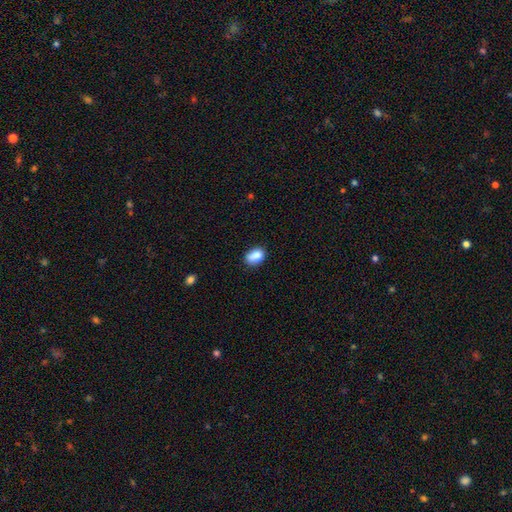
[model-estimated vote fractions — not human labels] smooth-or-featured: smooth: 86% | star or artifact: 8% | featured or disk: 6%
  how-rounded: in between: 81% | round: 17% | cigar-shaped: 2%
  merging: none: 71% | minor disturbance: 23% | major disturbance: 4% | merger: 3%